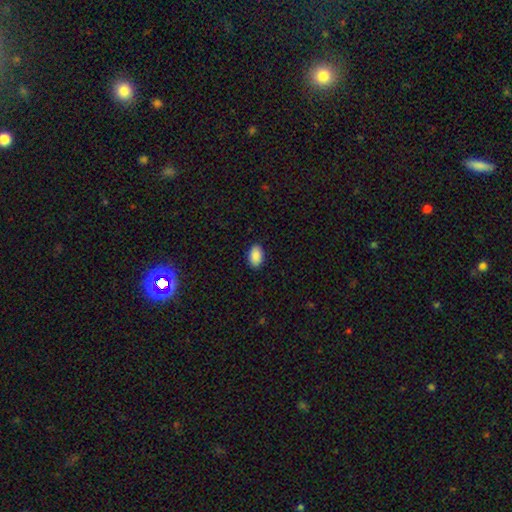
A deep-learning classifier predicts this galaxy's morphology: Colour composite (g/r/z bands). It shows a smooth galaxy with no disk features (90%) that is in between round and cigar-shaped (92%). Merging: none (89%).